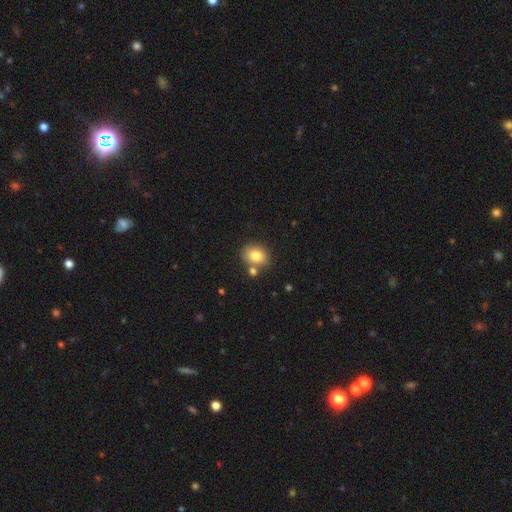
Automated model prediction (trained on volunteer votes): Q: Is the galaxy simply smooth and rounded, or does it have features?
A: smooth — 81%.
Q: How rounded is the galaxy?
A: in between — 51%.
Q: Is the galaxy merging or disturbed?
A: none — 69%.